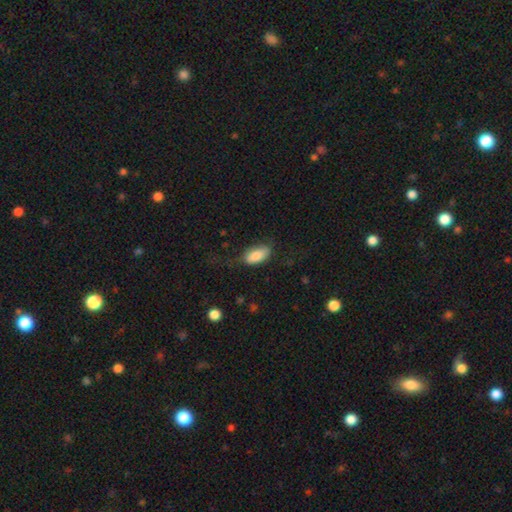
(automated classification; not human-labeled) Morphology: type=smooth (84%); roundness=in between (90%); merging=none (59%).